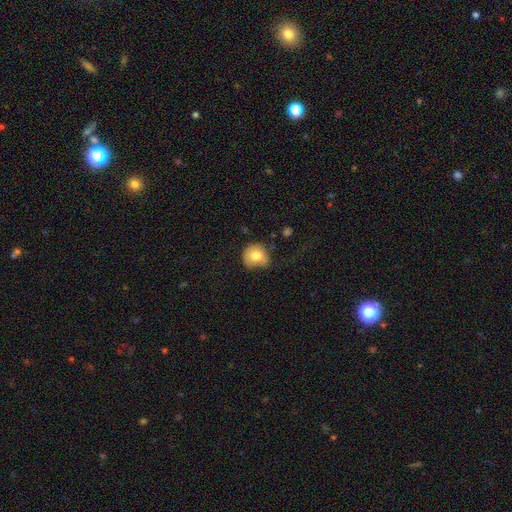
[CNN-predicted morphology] A smooth galaxy with no disk features (78%) that is round (78%). Merging: none (53%).